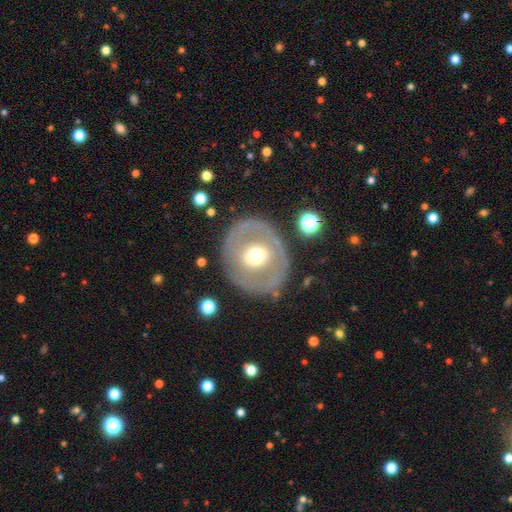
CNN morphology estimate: Q: Smooth or featured?
A: featured or disk (56%); runner-up: smooth (37%)
Q: Edge-on disk?
A: no (93%); runner-up: yes (7%)
Q: Bar?
A: no (60%); runner-up: weak (26%)
Q: Spiral arms?
A: no (83%); runner-up: yes (17%)
Q: Bulge size?
A: moderate (66%); runner-up: large (23%)
Q: Merging?
A: none (80%); runner-up: minor disturbance (11%)